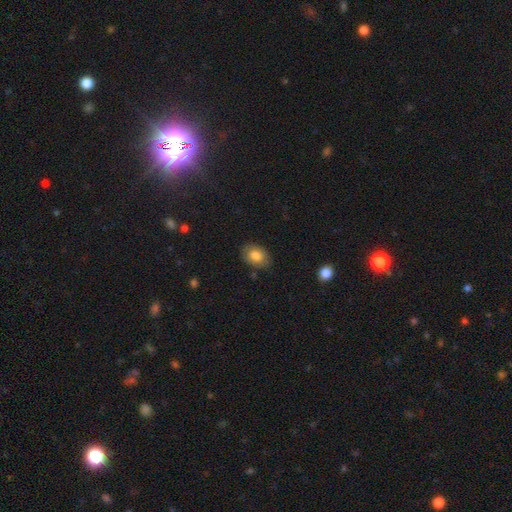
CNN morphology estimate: A smooth galaxy with no disk features (81%) that is in between round and cigar-shaped (80%).

Vote fractions:
- Smooth or featured? smooth: 81% / featured or disk: 12% / star or artifact: 8%
- How rounded? in between: 80% / round: 19% / cigar-shaped: 1%
- Merging? none: 81% / minor disturbance: 14% / major disturbance: 3% / merger: 1%